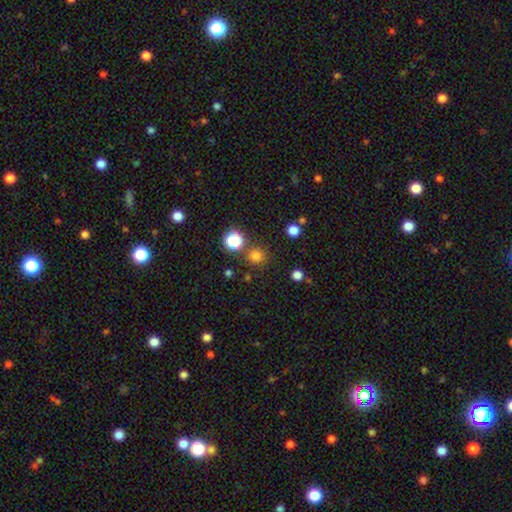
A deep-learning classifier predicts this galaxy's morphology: smooth 74%, star or artifact 20%, featured or disk 5%. Down the decision tree: how rounded — round (93%); merging — none (82%).